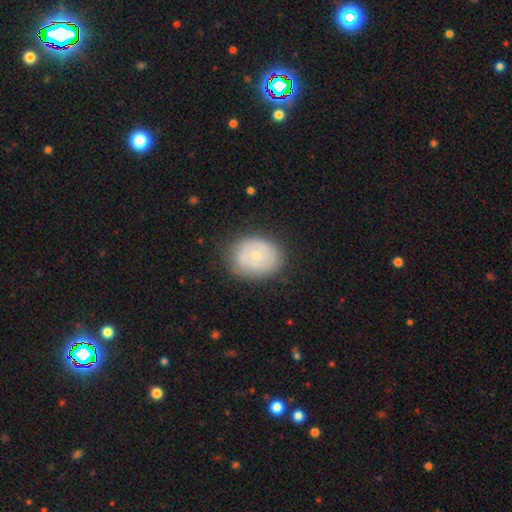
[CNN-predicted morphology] Overall: smooth (54%; featured or disk 40%). How rounded: round (51%; in between 48%). Merging: none (76%).